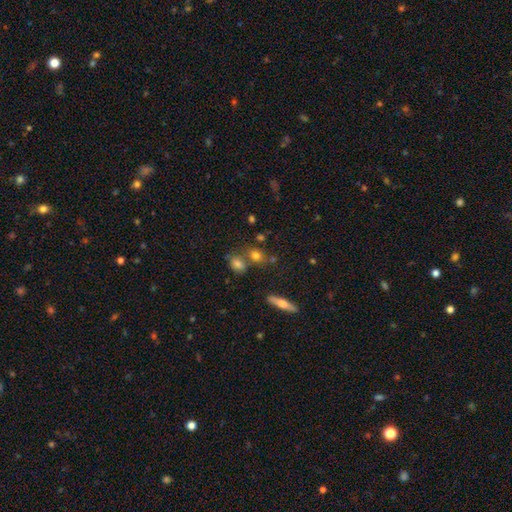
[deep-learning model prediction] smooth-or-featured: smooth: 71% | star or artifact: 14% | featured or disk: 14%
  how-rounded: round: 53% | in between: 41% | cigar-shaped: 6%
  merging: none: 60% | merger: 25% | minor disturbance: 11% | major disturbance: 4%